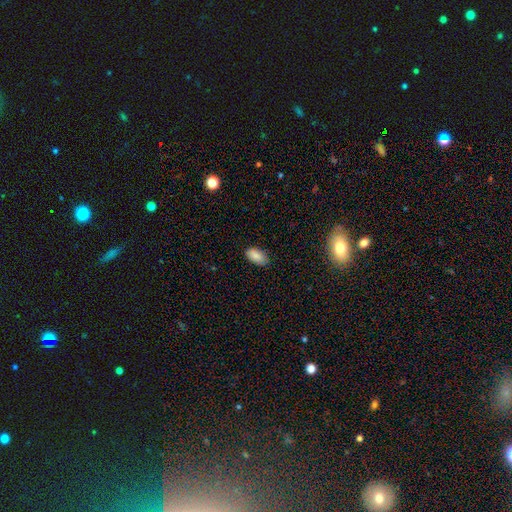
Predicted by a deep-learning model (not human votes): Smooth or featured: smooth — 86% (star or artifact — 8%)
How rounded: in between — 94% (round — 4%)
Merging: none — 84% (minor disturbance — 13%)